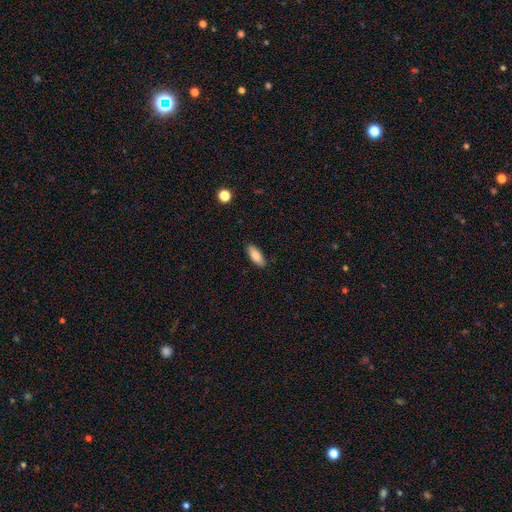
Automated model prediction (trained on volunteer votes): Overall: smooth (87%). How rounded: in between (80%). Merging: none (86%).